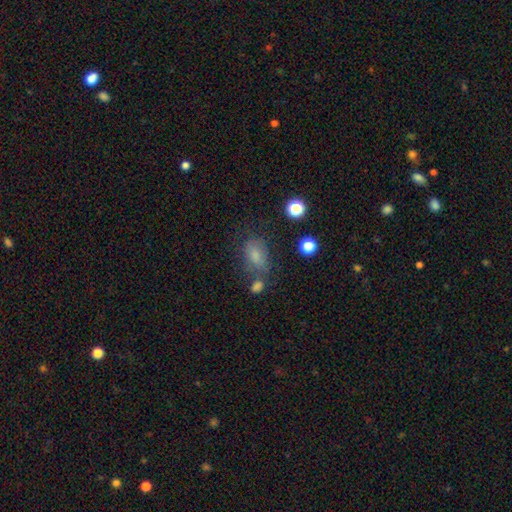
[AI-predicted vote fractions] This is likely a smooth galaxy (74%). How rounded: clearly in between (81%). Merging: possibly none (57%).